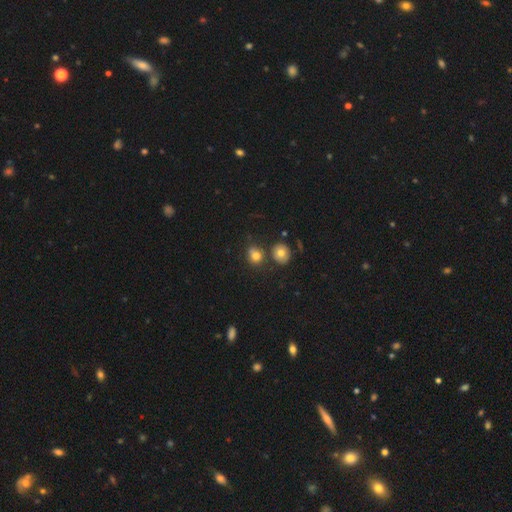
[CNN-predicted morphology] This appears to be a smooth galaxy with no disk features (76%) that is round (73%). Merging: none (66%).